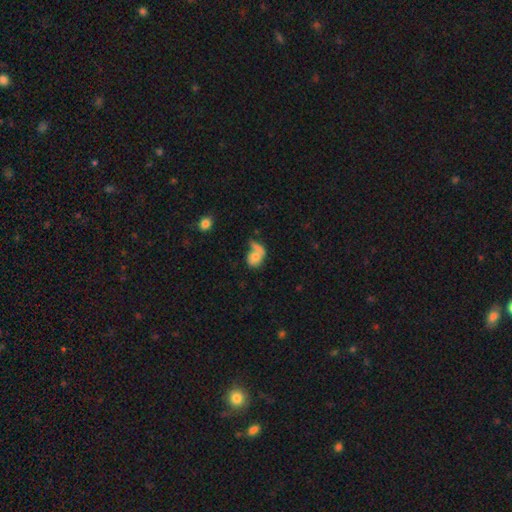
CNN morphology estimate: Smooth or featured?
  - smooth: 63% *
  - featured or disk: 27%
  - star or artifact: 10%
How rounded?
  - in between: 58% *
  - round: 39%
  - cigar-shaped: 3%
Merging?
  - merger: 38% *
  - none: 29%
  - major disturbance: 19%
  - minor disturbance: 14%